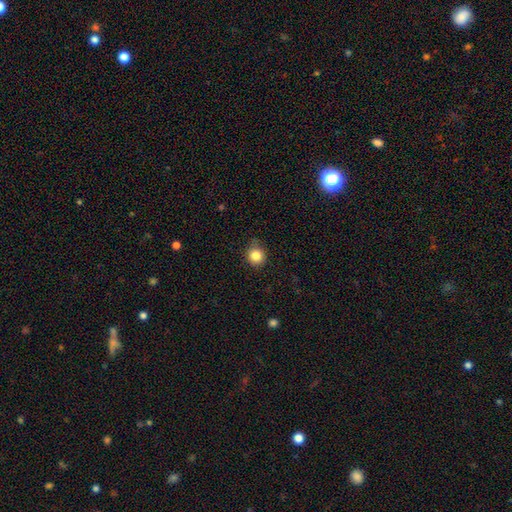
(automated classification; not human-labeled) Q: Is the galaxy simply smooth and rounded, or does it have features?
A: smooth — 84%.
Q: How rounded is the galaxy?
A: round — 89%.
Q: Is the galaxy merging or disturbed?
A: none — 80%.